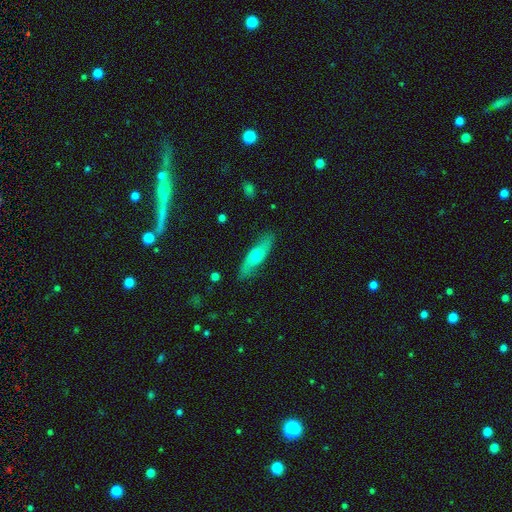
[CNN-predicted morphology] This is possibly a smooth galaxy (56%). How rounded: likely cigar-shaped (64%). Merging: clearly none (80%).